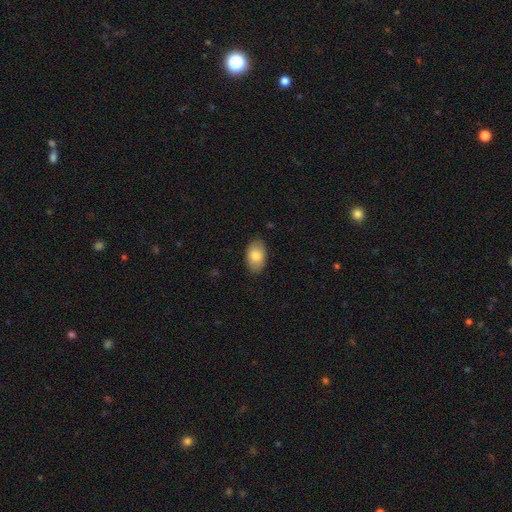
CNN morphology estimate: The model was most divided on "smooth or featured": smooth: 82%, featured or disk: 12%, star or artifact: 6%. More confident: how rounded — in between (93%); merging — none (86%).